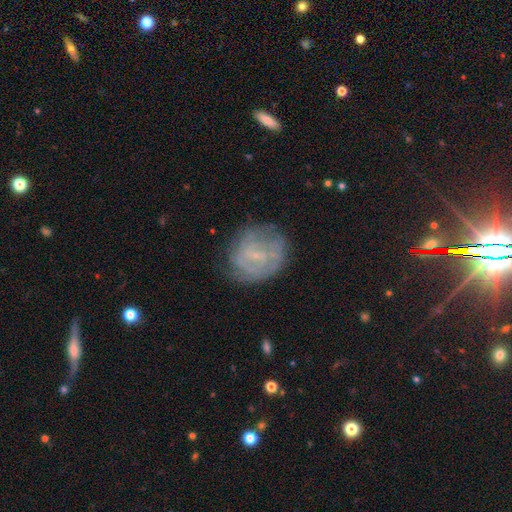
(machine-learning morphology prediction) smooth_or_featured: featured or disk (p=0.58) [alt: smooth p=0.32]
disk_edge_on: no (p=0.97) [alt: yes p=0.03]
bar: weak (p=0.49) [alt: no p=0.36]
has_spiral_arms: yes (p=0.63) [alt: no p=0.37]
bulge_size: small (p=0.60) [alt: none p=0.27]
merging: none (p=0.67) [alt: minor disturbance p=0.21]